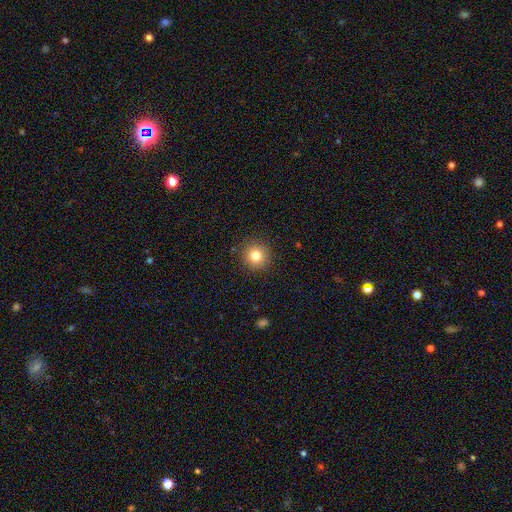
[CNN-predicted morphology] smooth-or-featured: smooth: 81% | star or artifact: 12% | featured or disk: 7%
  how-rounded: round: 94% | in between: 5% | cigar-shaped: 1%
  merging: none: 90% | minor disturbance: 7% | major disturbance: 2% | merger: 1%